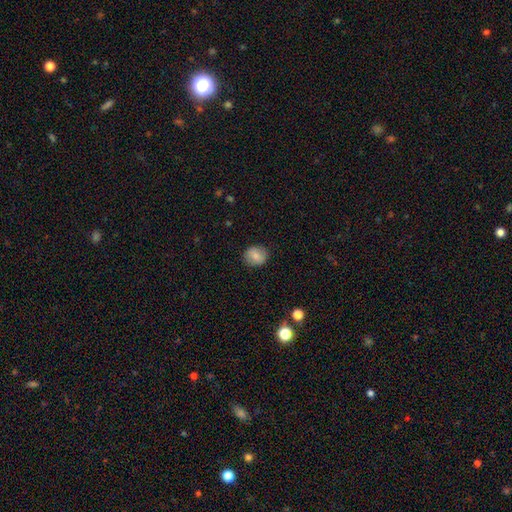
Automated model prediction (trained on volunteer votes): Smooth or featured: smooth — 79% (featured or disk — 13%)
How rounded: round — 69% (in between — 30%)
Merging: none — 87% (minor disturbance — 9%)